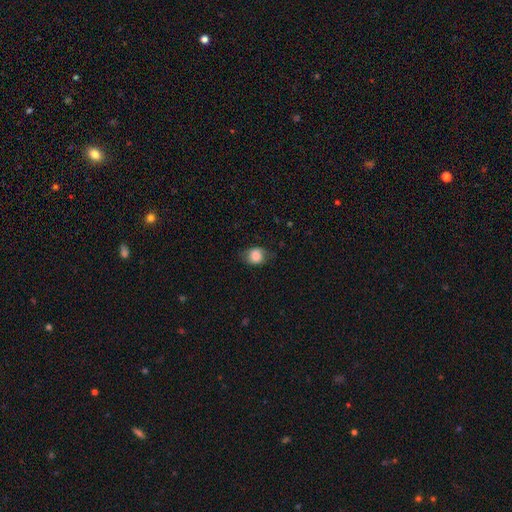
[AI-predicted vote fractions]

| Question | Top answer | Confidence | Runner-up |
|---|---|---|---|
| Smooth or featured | smooth | 79% | featured or disk (12%) |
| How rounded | round | 52% | in between (47%) |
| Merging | none | 66% | minor disturbance (25%) |